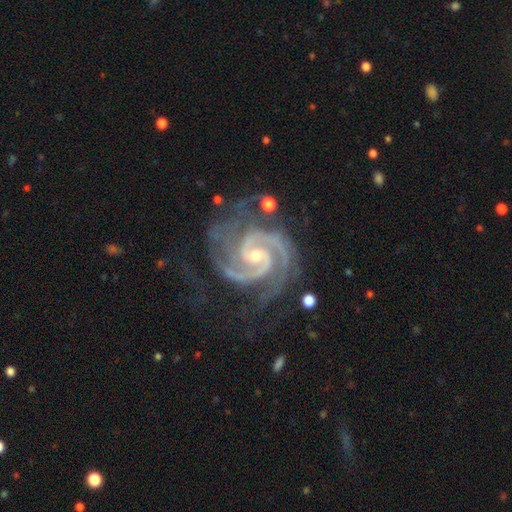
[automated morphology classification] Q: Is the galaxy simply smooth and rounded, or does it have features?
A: featured or disk — 94%.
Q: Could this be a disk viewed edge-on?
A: no — 98%.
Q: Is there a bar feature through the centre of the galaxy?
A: no — 55%.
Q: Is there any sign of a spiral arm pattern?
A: yes — 99%.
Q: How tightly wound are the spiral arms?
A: tight — 58%.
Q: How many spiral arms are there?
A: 2 — 57%.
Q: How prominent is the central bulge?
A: small — 57%.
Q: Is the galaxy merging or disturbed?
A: none — 60%.